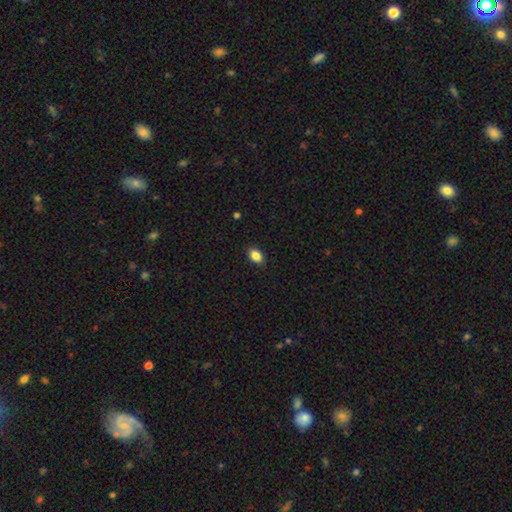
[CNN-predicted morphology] This is clearly a smooth galaxy (86%). How rounded: clearly in between (84%). Merging: clearly none (88%).